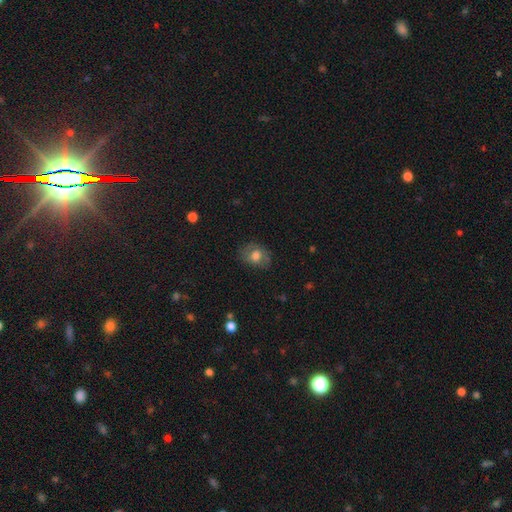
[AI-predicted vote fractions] smooth-or-featured: smooth: 64% | featured or disk: 26% | star or artifact: 10%
  how-rounded: in between: 57% | round: 41% | cigar-shaped: 1%
  merging: none: 71% | minor disturbance: 20% | major disturbance: 8% | merger: 1%